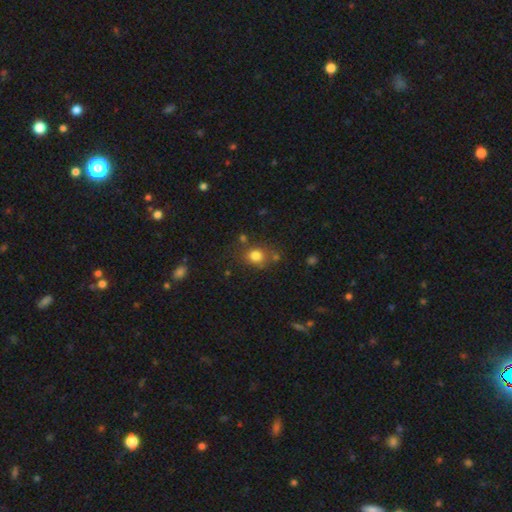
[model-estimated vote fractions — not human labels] Smooth or featured? Predicted: smooth (p=0.79). How rounded? Predicted: round (p=0.66). Merging? Predicted: none (p=0.69).